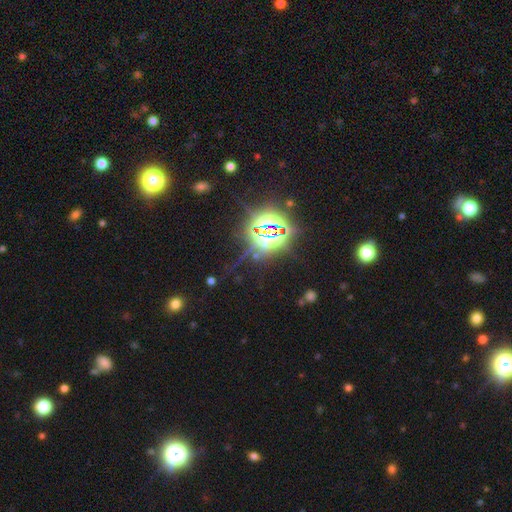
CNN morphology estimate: Overall: star or artifact (83%).